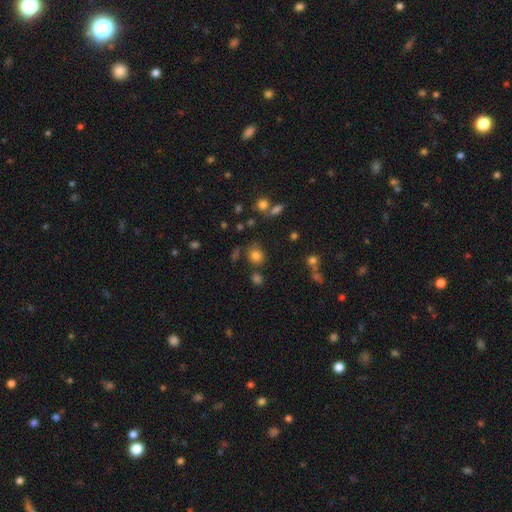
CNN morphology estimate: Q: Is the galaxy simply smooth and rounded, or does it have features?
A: smooth — 79%.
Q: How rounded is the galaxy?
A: round — 77%.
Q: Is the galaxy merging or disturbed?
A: none — 74%.